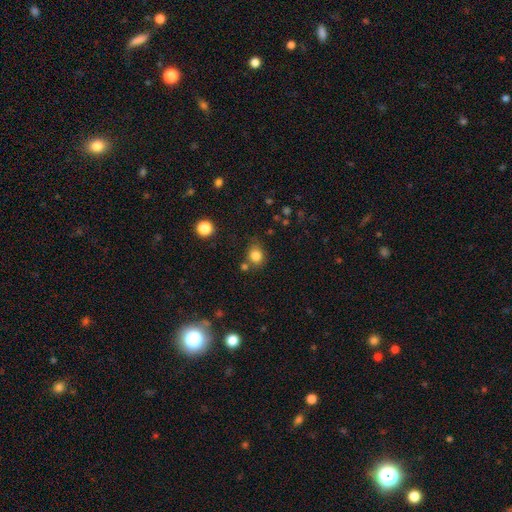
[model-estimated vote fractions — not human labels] This appears to be a smooth galaxy with no disk features (82%) that is round (67%). Merging: none (69%).